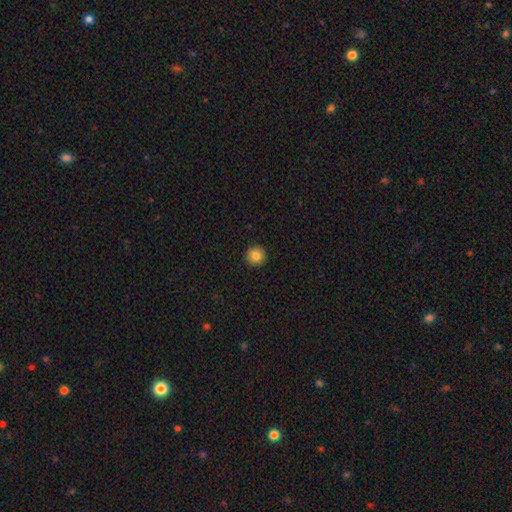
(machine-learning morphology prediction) smooth 83%, star or artifact 10%, featured or disk 7%. Down the decision tree: how rounded — round (95%); merging — none (93%).